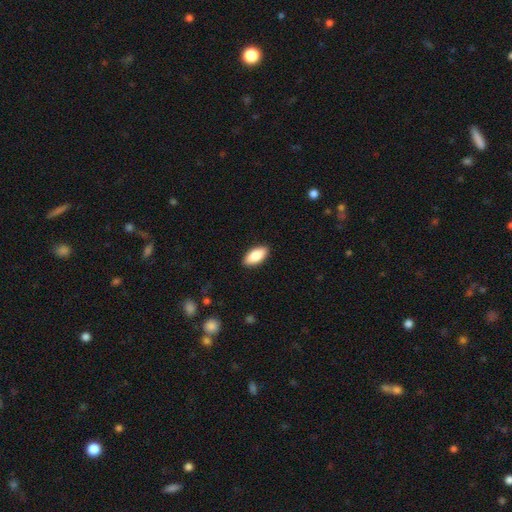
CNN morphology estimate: A smooth galaxy with no disk features (86%) that is in between round and cigar-shaped (89%). Merging: none (90%).